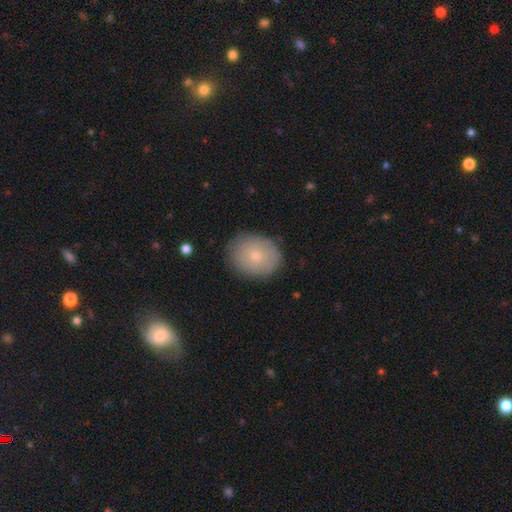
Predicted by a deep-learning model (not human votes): A smooth galaxy with no disk features (71%) that is round (56%).

Vote fractions:
- Smooth or featured? smooth: 71% / featured or disk: 21% / star or artifact: 8%
- How rounded? round: 56% / in between: 43% / cigar-shaped: 1%
- Merging? none: 83% / minor disturbance: 13% / major disturbance: 3% / merger: 1%